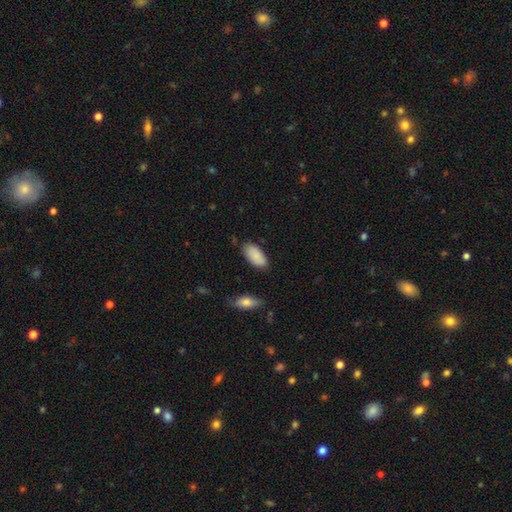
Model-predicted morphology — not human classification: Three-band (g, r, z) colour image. It shows a smooth galaxy with no disk features (87%) that is in between round and cigar-shaped (92%). Merging: none (81%).